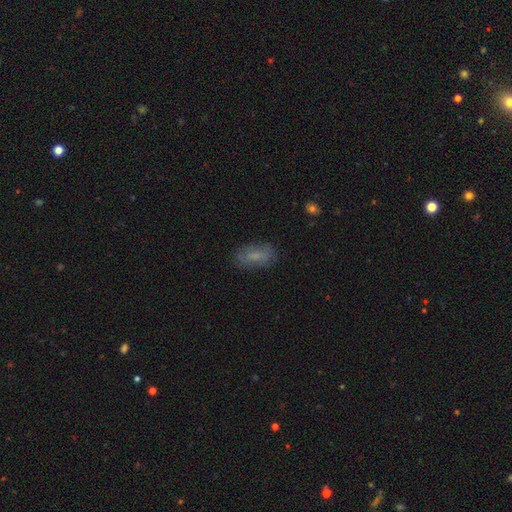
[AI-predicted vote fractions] The model was most divided on "smooth or featured": smooth: 71%, featured or disk: 20%, star or artifact: 9%. More confident: how rounded — in between (87%); merging — none (79%).